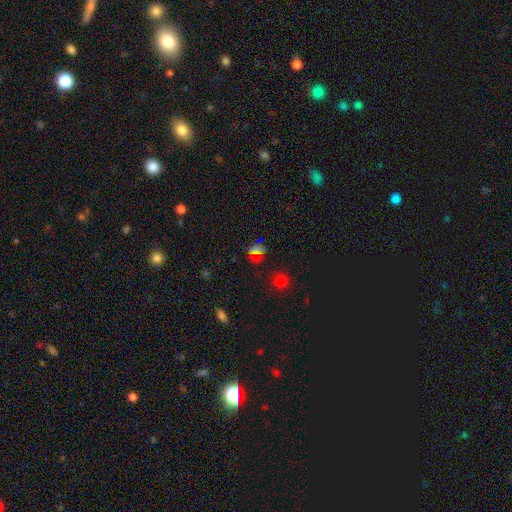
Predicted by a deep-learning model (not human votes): Overall: smooth (51%; star or artifact 42%). How rounded: round (56%; in between 41%). Merging: none (76%).